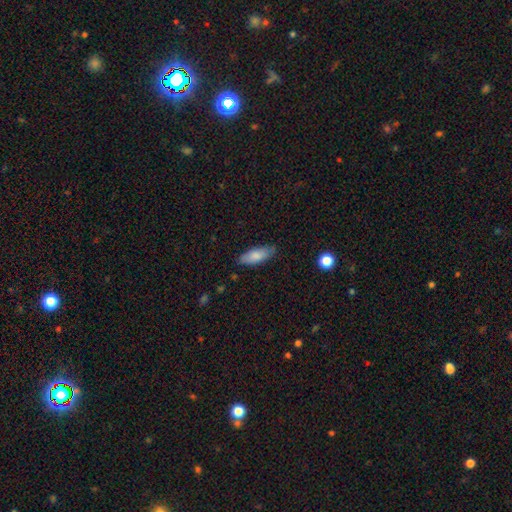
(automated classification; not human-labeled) This appears to be a smooth galaxy with no disk features (81%) that is in between round and cigar-shaped (70%). Merging: none (80%).